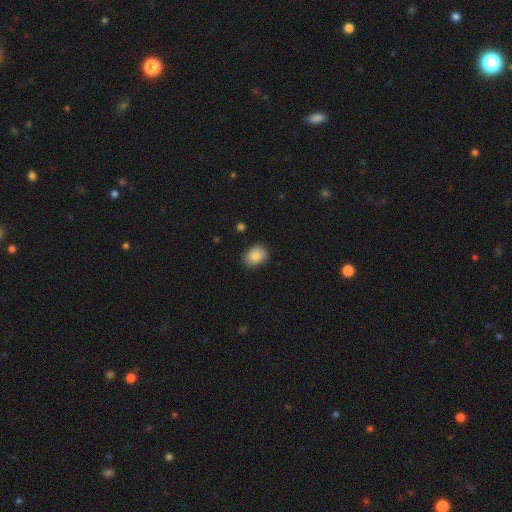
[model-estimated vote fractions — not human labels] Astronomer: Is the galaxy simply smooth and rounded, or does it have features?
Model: smooth — 88%.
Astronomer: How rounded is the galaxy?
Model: in between — 59% (runner-up: round, 40%).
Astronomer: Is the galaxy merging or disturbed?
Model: none — 83%.